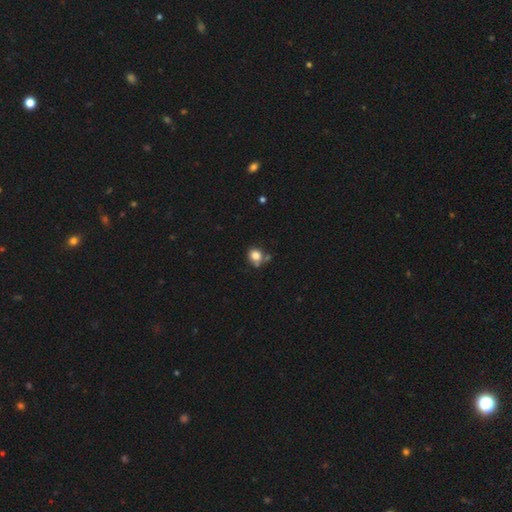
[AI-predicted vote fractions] smooth_or_featured: smooth (p=0.80) [alt: star or artifact p=0.11]
how_rounded: round (p=0.71) [alt: in between p=0.28]
merging: none (p=0.60) [alt: minor disturbance p=0.19]